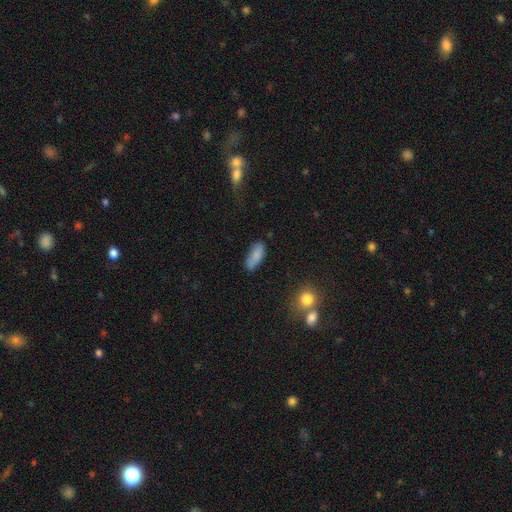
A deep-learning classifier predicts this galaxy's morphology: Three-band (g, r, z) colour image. It shows a smooth galaxy with no disk features (83%) that is in between round and cigar-shaped (77%). Merging: none (71%).